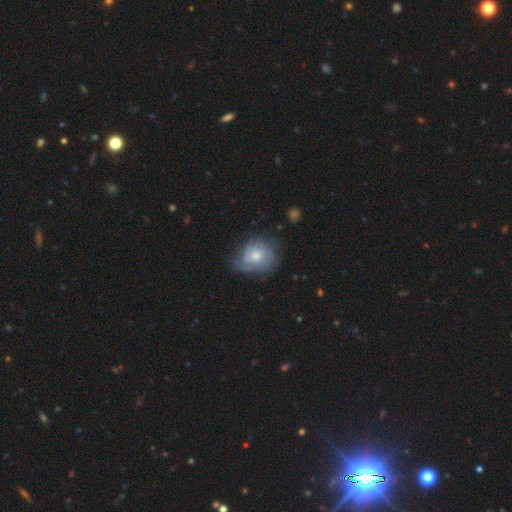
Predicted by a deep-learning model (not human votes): Morphology: type=smooth (48%); merging=none (52%).